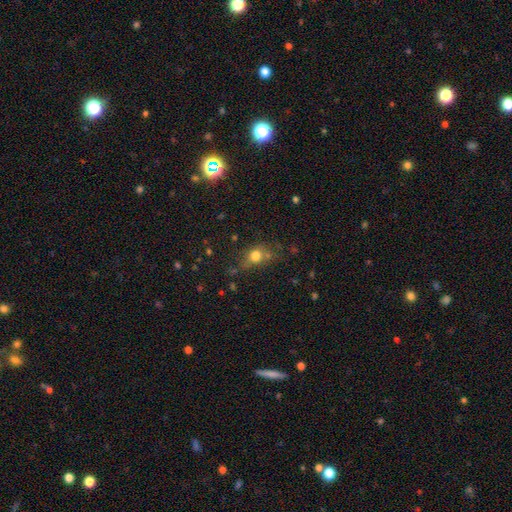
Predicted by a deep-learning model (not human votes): smooth 74%, star or artifact 15%, featured or disk 11%. Down the decision tree: how rounded — round (58%); merging — none (55%).